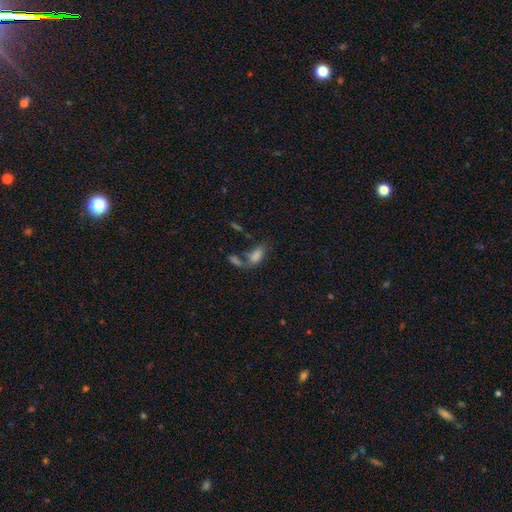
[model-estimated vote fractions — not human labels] Q: Smooth or featured?
A: smooth (75%); runner-up: featured or disk (13%)
Q: How rounded?
A: in between (86%); runner-up: cigar-shaped (9%)
Q: Merging?
A: none (41%); runner-up: merger (33%)